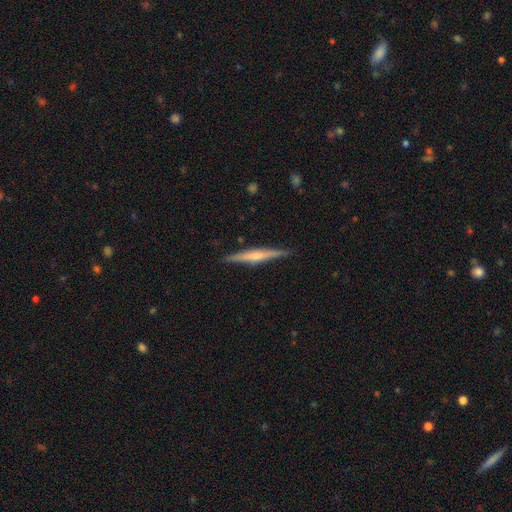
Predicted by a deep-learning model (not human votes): A featured or disk galaxy (64%) viewed edge-on (98%) with a rounded central bulge (63%).

Vote fractions:
- Smooth or featured? featured or disk: 64% / smooth: 30% / star or artifact: 6%
- Edge-on disk? yes: 98% / no: 2%
- Edge-on bulge? rounded: 63% / none: 22% / boxy: 15%
- Merging? none: 89% / minor disturbance: 8% / major disturbance: 2% / merger: 1%